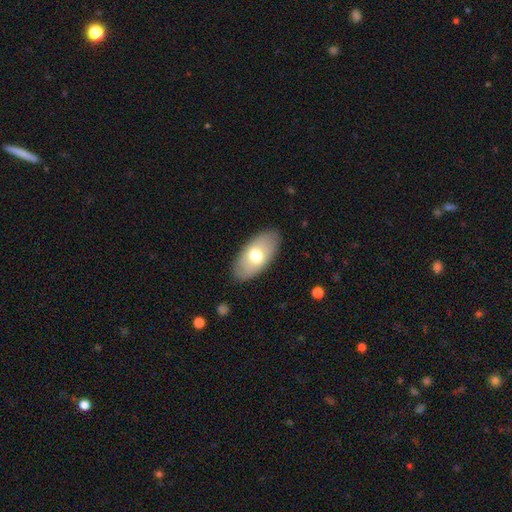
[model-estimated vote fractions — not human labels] Q: Smooth or featured?
A: smooth (65%); runner-up: featured or disk (29%)
Q: How rounded?
A: in between (93%); runner-up: cigar-shaped (4%)
Q: Merging?
A: none (87%); runner-up: minor disturbance (10%)